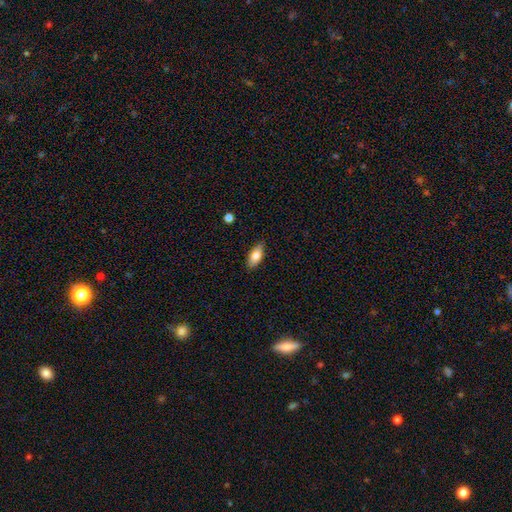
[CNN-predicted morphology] type=smooth (78%); roundness=in between (83%); merging=none (86%).